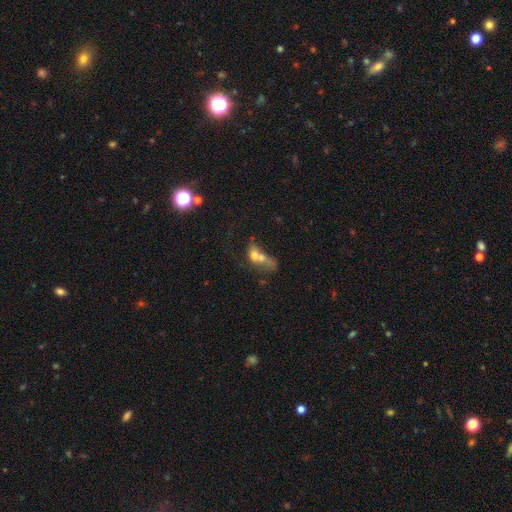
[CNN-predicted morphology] This is possibly a smooth galaxy (55%). How rounded: possibly in between (60%). Merging: likely merger (67%).